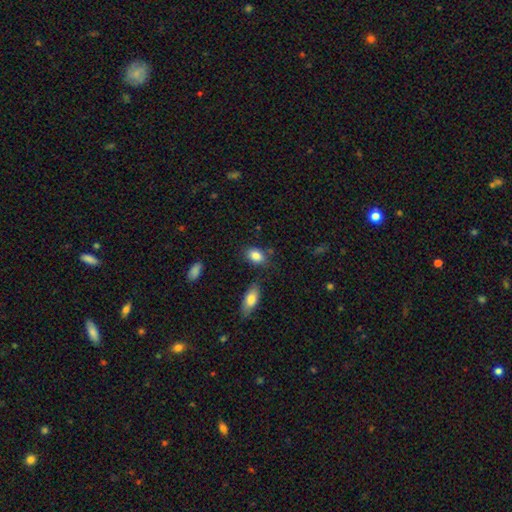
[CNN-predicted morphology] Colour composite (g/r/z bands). It shows a smooth galaxy with no disk features (86%) that is in between round and cigar-shaped (82%). Merging: none (76%).